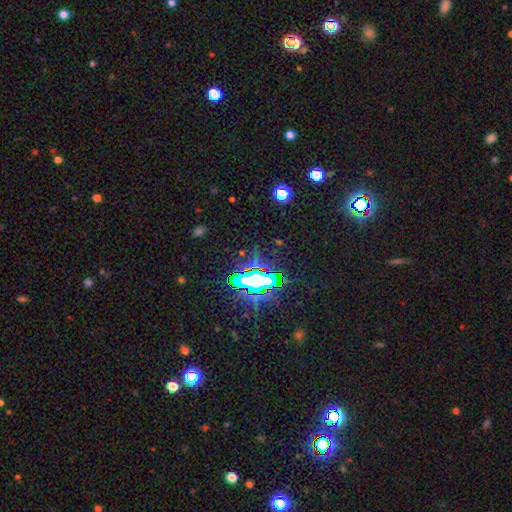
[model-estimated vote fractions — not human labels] smooth_or_featured: star or artifact (p=0.79) [alt: smooth p=0.13]